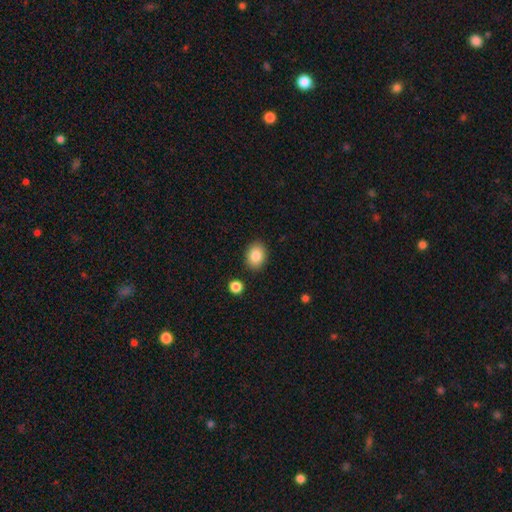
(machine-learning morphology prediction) Smooth or featured: smooth — 86% (star or artifact — 8%)
How rounded: in between — 63% (round — 36%)
Merging: none — 87% (minor disturbance — 8%)